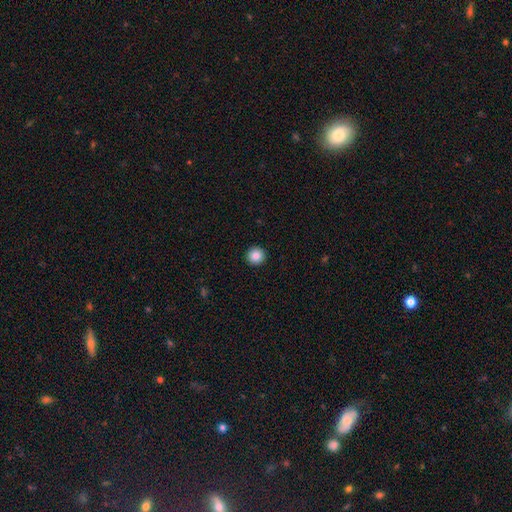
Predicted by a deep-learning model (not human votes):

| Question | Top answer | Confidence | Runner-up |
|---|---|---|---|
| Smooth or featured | smooth | 86% | star or artifact (9%) |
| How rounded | round | 96% | in between (3%) |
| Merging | none | 94% | minor disturbance (4%) |